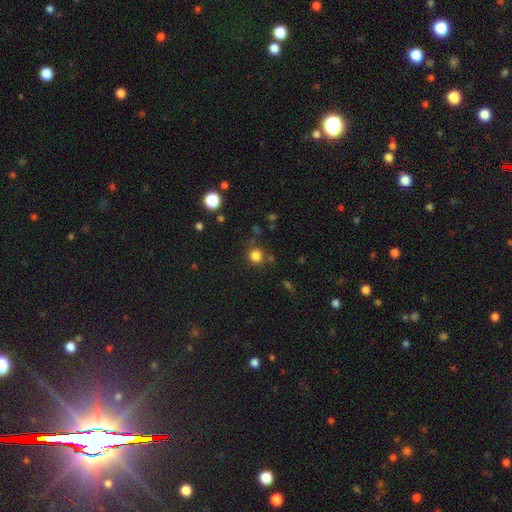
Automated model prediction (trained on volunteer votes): This is clearly a smooth galaxy (81%). How rounded: clearly round (92%). Merging: likely none (80%).